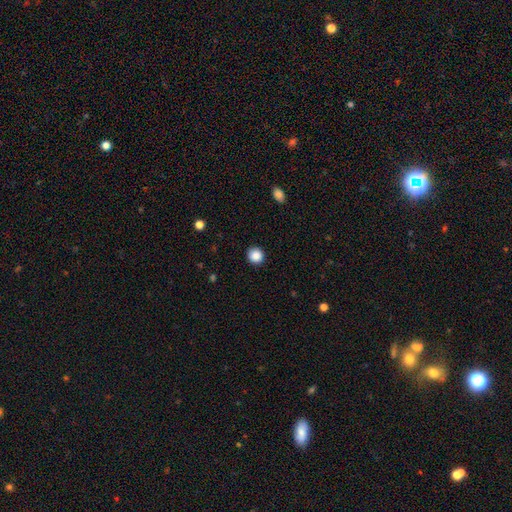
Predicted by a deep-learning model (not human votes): smooth-or-featured: smooth: 87% | star or artifact: 10% | featured or disk: 3%
  how-rounded: round: 93% | in between: 6% | cigar-shaped: 1%
  merging: none: 92% | minor disturbance: 5% | major disturbance: 2% | merger: 1%